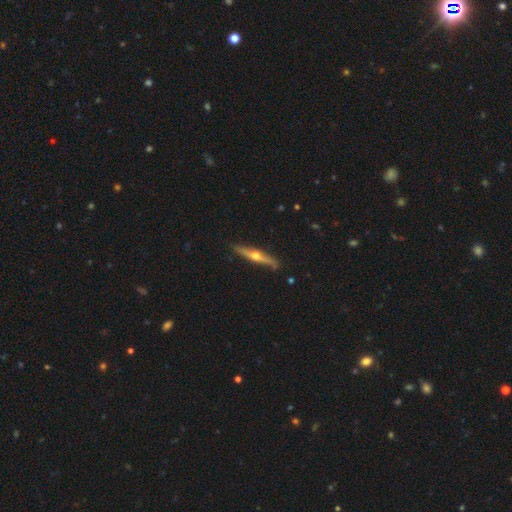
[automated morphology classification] A featured or disk galaxy (75%) viewed edge-on (97%) with a rounded central bulge (95%). Merging: none (88%).